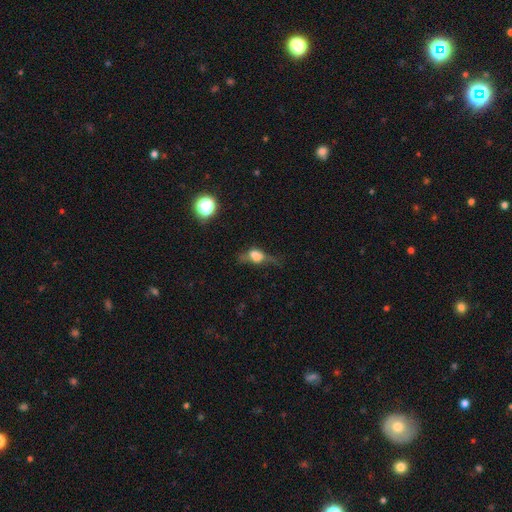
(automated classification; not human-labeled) A smooth galaxy with no disk features (50%). Merging: major disturbance (37%).